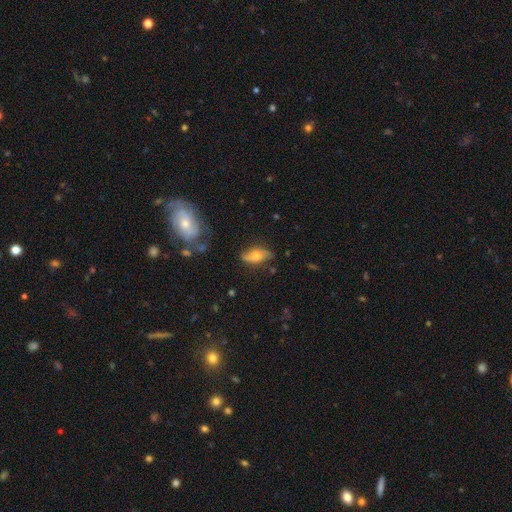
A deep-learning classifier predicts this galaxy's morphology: type=smooth (47%); merging=none (69%).